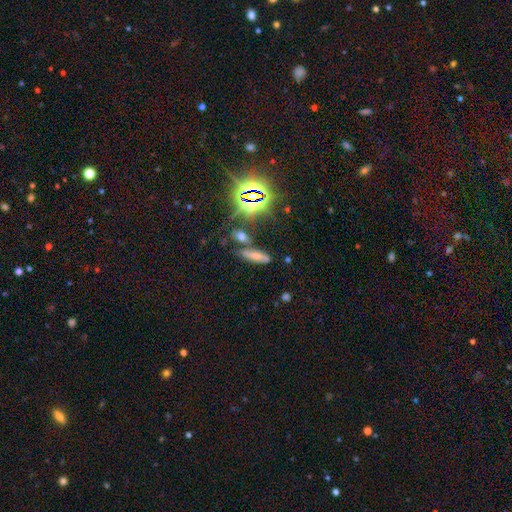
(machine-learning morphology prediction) type=smooth (53%); roundness=cigar-shaped (57%); merging=none (61%).